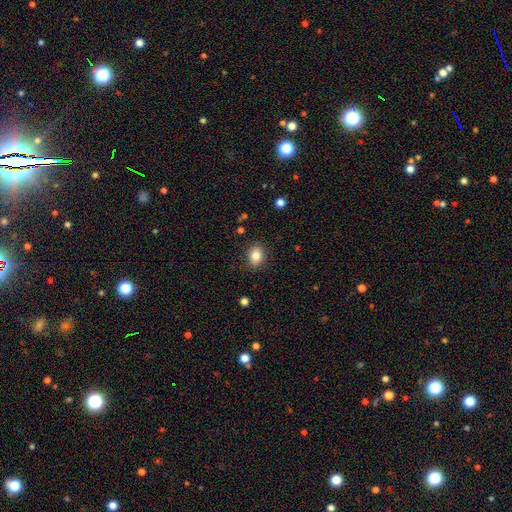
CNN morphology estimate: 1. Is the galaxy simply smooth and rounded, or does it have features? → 83% smooth, 10% star or artifact, 8% featured or disk.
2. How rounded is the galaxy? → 54% in between, 45% round, 1% cigar-shaped.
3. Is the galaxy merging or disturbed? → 85% none, 11% minor disturbance, 3% major disturbance, 1% merger.